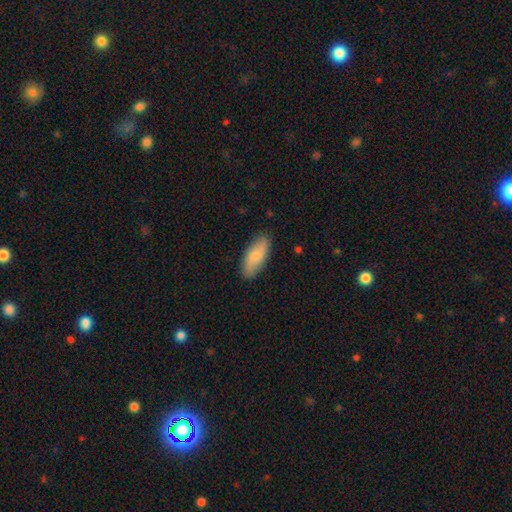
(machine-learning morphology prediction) This is likely a smooth galaxy (77%). How rounded: clearly in between (81%). Merging: clearly none (86%).